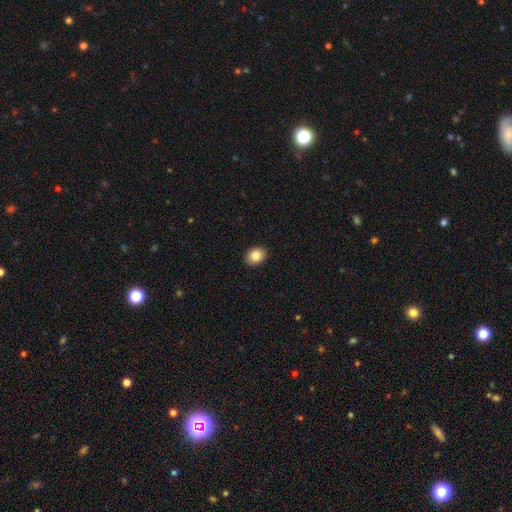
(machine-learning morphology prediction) smooth_or_featured: smooth (p=0.85) [alt: star or artifact p=0.09]
how_rounded: in between (p=0.60) [alt: round p=0.39]
merging: none (p=0.91) [alt: minor disturbance p=0.06]